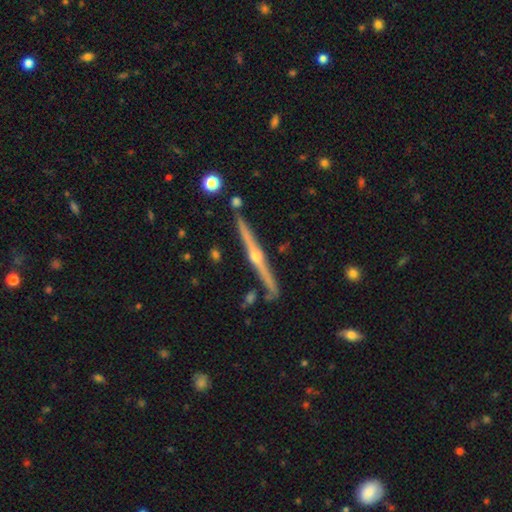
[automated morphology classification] This is clearly a featured or disk galaxy (85%). It is clearly viewed edge-on (98%). Edge-on bulge: clearly rounded (91%). Merging: clearly none (89%).